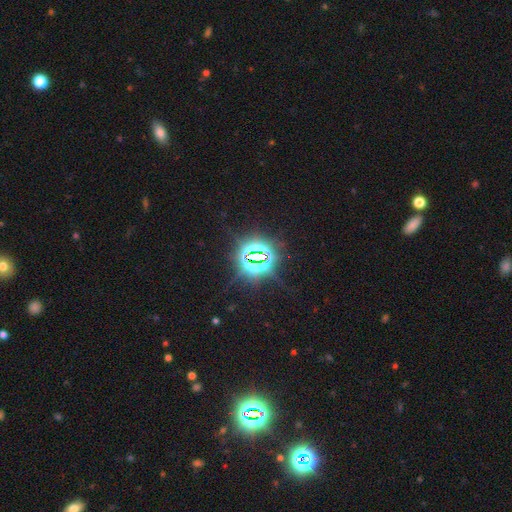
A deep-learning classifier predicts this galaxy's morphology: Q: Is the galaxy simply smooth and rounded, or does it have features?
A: star or artifact — 82%.